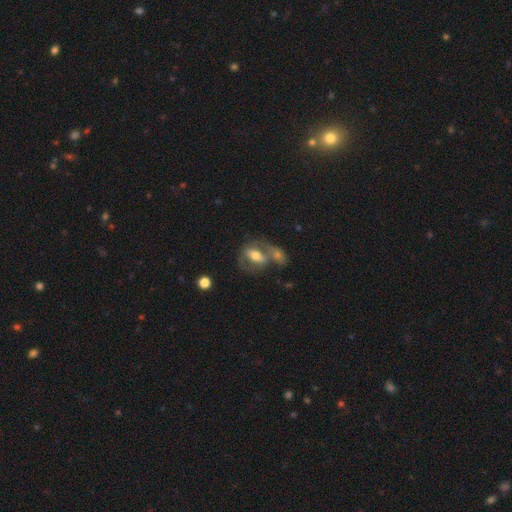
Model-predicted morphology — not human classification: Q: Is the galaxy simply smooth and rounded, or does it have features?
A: featured or disk — 51%.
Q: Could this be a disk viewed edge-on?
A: no — 87%.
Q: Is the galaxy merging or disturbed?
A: merger — 46%.